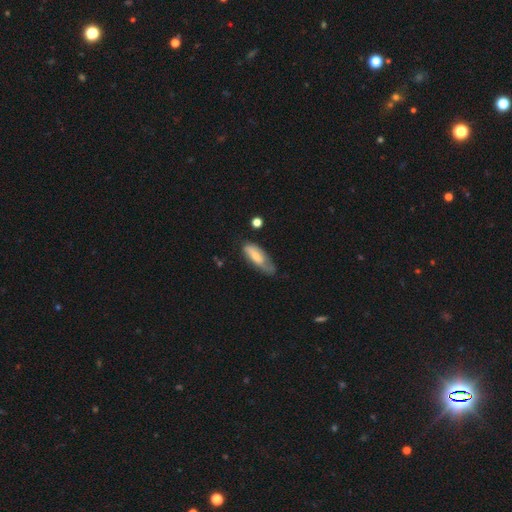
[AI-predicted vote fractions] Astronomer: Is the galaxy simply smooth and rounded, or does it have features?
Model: smooth — 59% (runner-up: featured or disk, 35%).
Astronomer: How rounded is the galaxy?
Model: in between — 70%.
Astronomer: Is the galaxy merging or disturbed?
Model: none — 45% (runner-up: minor disturbance, 37%).